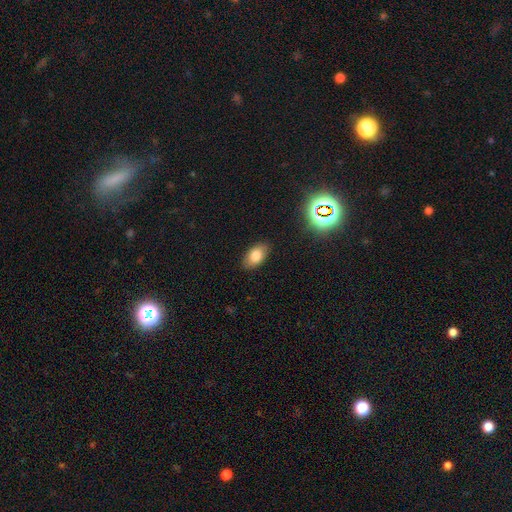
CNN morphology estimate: The model was most divided on "smooth or featured": smooth: 78%, featured or disk: 12%, star or artifact: 10%. More confident: how rounded — in between (91%); merging — none (87%).